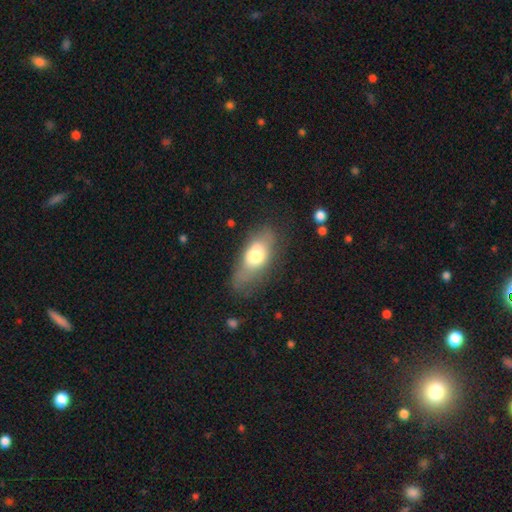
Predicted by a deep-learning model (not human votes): A smooth galaxy with no disk features (67%) that is in between round and cigar-shaped (82%).

Vote fractions:
- Smooth or featured? smooth: 67% / featured or disk: 25% / star or artifact: 8%
- How rounded? in between: 82% / cigar-shaped: 11% / round: 7%
- Merging? none: 55% / minor disturbance: 26% / major disturbance: 17% / merger: 3%